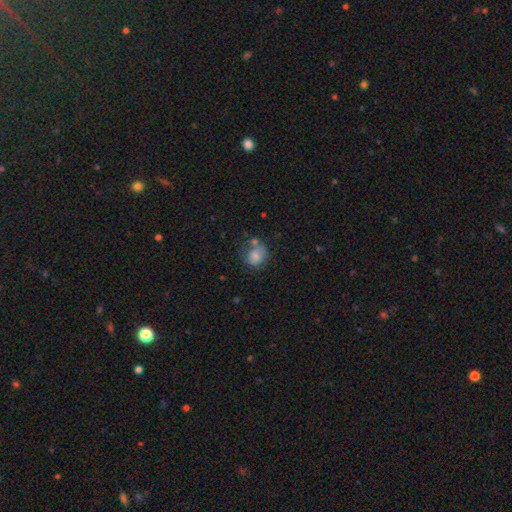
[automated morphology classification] A smooth galaxy with no disk features (78%) that is round (72%).

Vote fractions:
- Smooth or featured? smooth: 78% / featured or disk: 13% / star or artifact: 9%
- How rounded? round: 72% / in between: 27% / cigar-shaped: 1%
- Merging? none: 50% / minor disturbance: 23% / merger: 16% / major disturbance: 11%